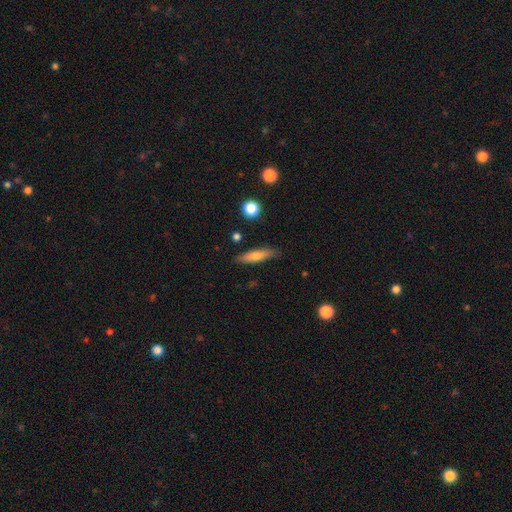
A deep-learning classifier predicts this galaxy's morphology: The model was most divided on "smooth or featured": smooth: 68%, featured or disk: 25%, star or artifact: 7%. More confident: merging — none (83%); how rounded — cigar-shaped (71%).